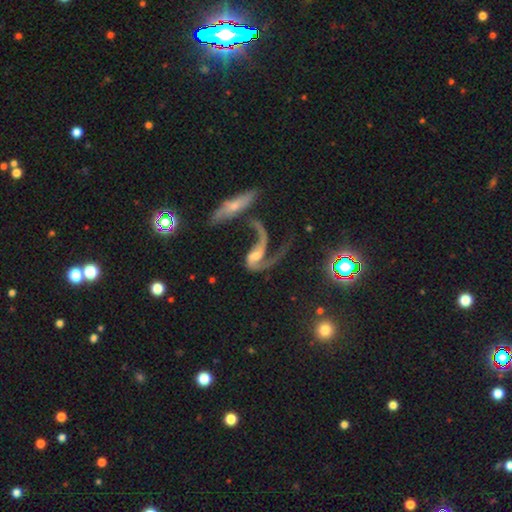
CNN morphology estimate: Smooth or featured? featured or disk (79%)
Edge-on disk? no (95%)
Bar? no (47%)
Spiral arms? yes (87%)
Spiral winding? loose (76%)
Spiral arm count? 2 (58%)
Bulge size? moderate (42%)
Merging? merger (34%, tied with major disturbance)